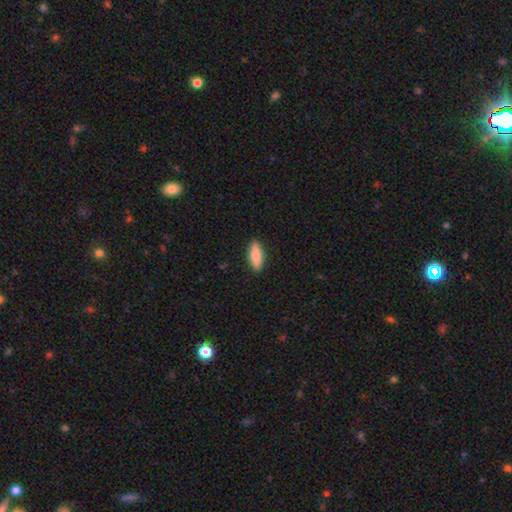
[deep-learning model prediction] A smooth galaxy with no disk features (83%) that is in between round and cigar-shaped (66%). Merging: none (89%).